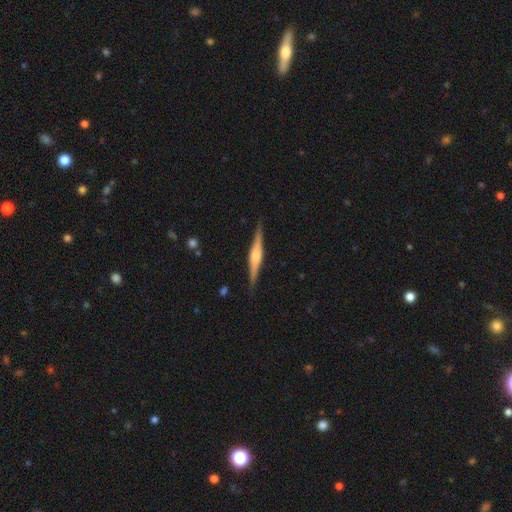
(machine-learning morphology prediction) Smooth or featured: featured or disk — 75% (smooth — 20%)
Edge-on disk: yes — 97% (no — 3%)
Edge-on bulge: rounded — 76% (boxy — 18%)
Merging: none — 88% (minor disturbance — 9%)